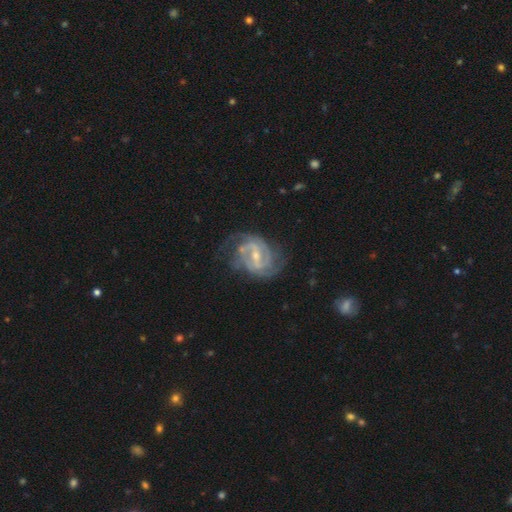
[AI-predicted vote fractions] A featured or disk galaxy (90%) with a weak bar (49%), 2 (51%) tight (48%) spiral arms (97%) and a small central bulge (52%).

Vote fractions:
- Smooth or featured? featured or disk: 90% / smooth: 5% / star or artifact: 5%
- Edge-on disk? no: 97% / yes: 3%
- Bar? weak: 49% / strong: 37% / no: 14%
- Spiral arms? yes: 97% / no: 3%
- Spiral winding? tight: 48% / medium: 42% / loose: 10%
- Spiral arm count? 2: 51% / 3: 20% / can't tell: 15% / 4: 7% / 1: 4% / more than 4: 4%
- Bulge size? small: 52% / moderate: 44% / none: 2% / large: 2% / dominant: 1%
- Merging? none: 66% / minor disturbance: 21% / major disturbance: 11% / merger: 2%